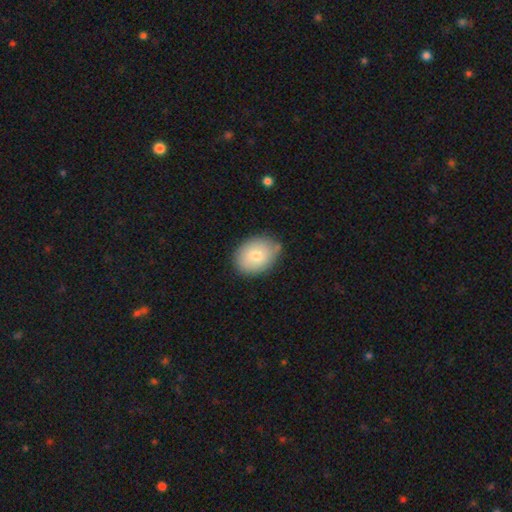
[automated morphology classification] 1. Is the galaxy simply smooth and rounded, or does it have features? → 78% smooth, 15% featured or disk, 8% star or artifact.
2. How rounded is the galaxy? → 68% in between, 31% round, 1% cigar-shaped.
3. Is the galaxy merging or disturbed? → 76% none, 19% minor disturbance, 3% major disturbance, 2% merger.